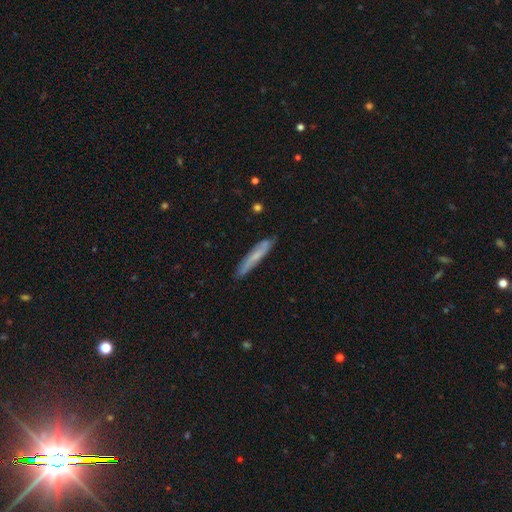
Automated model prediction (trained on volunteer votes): smooth-or-featured: smooth: 53% | featured or disk: 40% | star or artifact: 6%
  how-rounded: cigar-shaped: 92% | in between: 6% | round: 1%
  merging: none: 81% | minor disturbance: 15% | major disturbance: 2% | merger: 2%